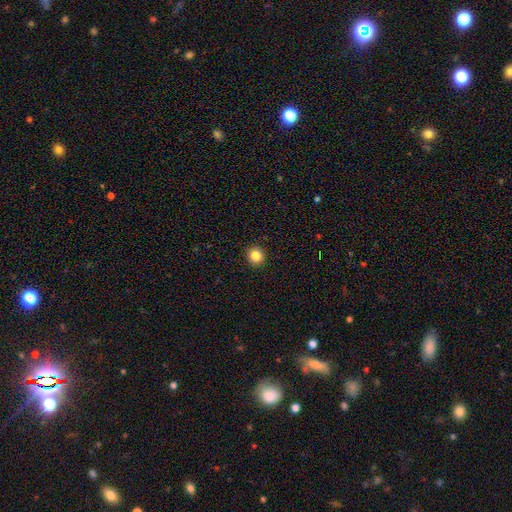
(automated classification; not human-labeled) Overall: smooth (84%). How rounded: round (91%). Merging: none (93%).